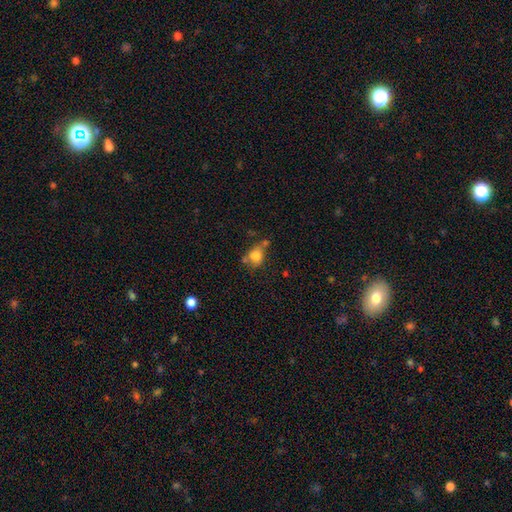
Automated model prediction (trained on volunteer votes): This is likely a smooth galaxy (76%). How rounded: possibly in between (50%). Merging: marginally none (39%).